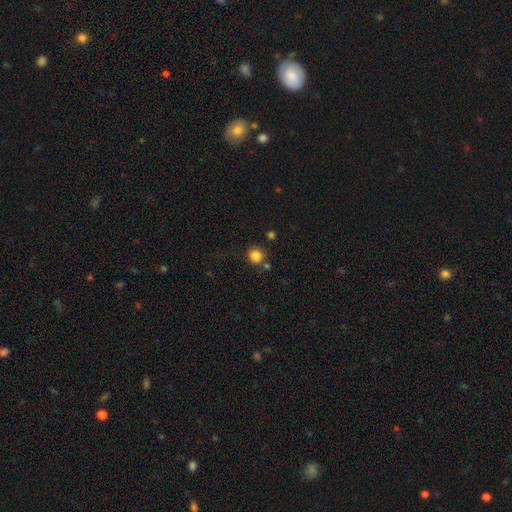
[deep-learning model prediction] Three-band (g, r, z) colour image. It shows a smooth galaxy with no disk features (84%) that is round (89%). Merging: none (80%).